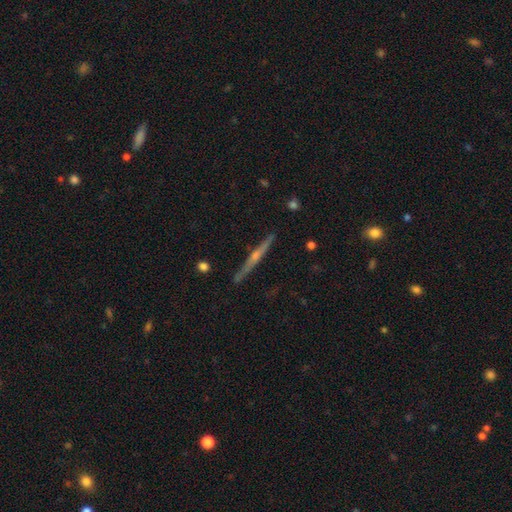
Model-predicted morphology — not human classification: The model was most divided on "edge-on bulge": rounded: 77%, none: 16%, boxy: 6%. More confident: edge-on disk — yes (98%); merging — none (90%); smooth or featured — featured or disk (78%).